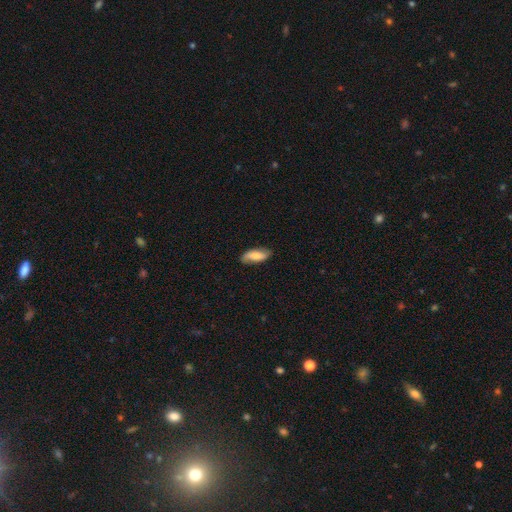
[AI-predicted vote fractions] Morphology: type=smooth (67%); roundness=in between (77%); merging=none (80%).